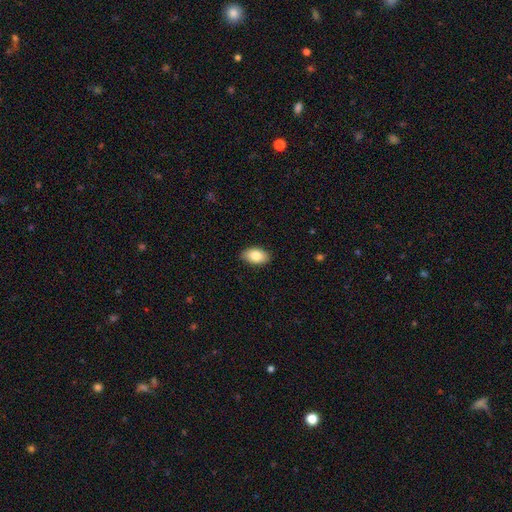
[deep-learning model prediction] The model was most divided on "smooth or featured": smooth: 84%, featured or disk: 9%, star or artifact: 7%. More confident: how rounded — in between (93%); merging — none (87%).